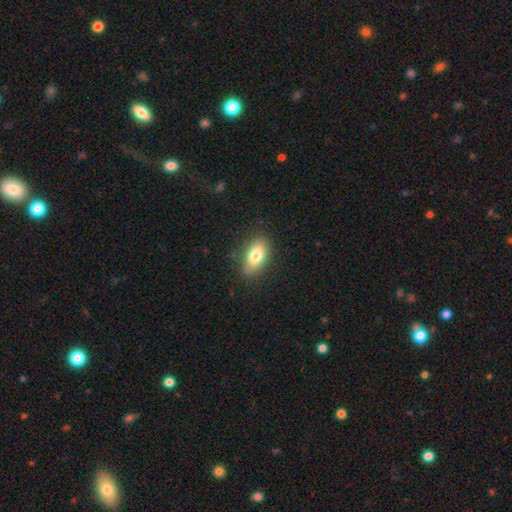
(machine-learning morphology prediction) This is likely a smooth galaxy (77%). How rounded: clearly in between (87%). Merging: clearly none (83%).